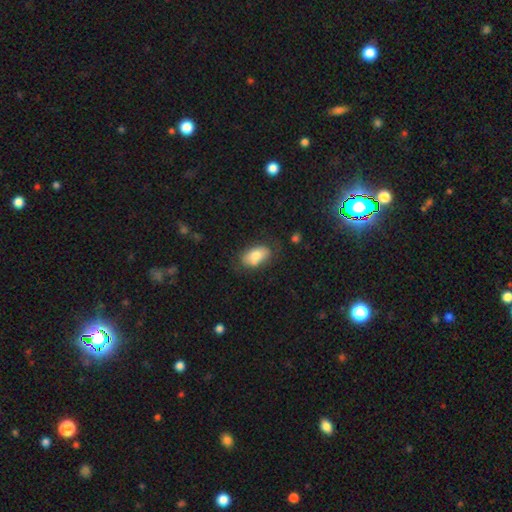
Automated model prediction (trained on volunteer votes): This is likely a smooth galaxy (75%). How rounded: clearly in between (91%). Merging: likely none (69%).